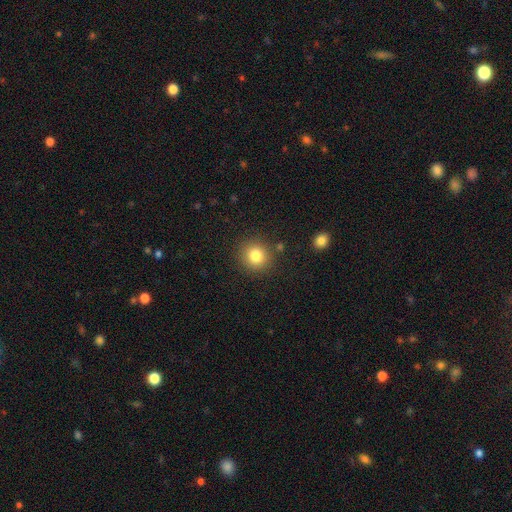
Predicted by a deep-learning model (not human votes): smooth_or_featured: smooth (p=0.82) [alt: star or artifact p=0.11]
how_rounded: round (p=0.89) [alt: in between p=0.10]
merging: none (p=0.86) [alt: minor disturbance p=0.08]